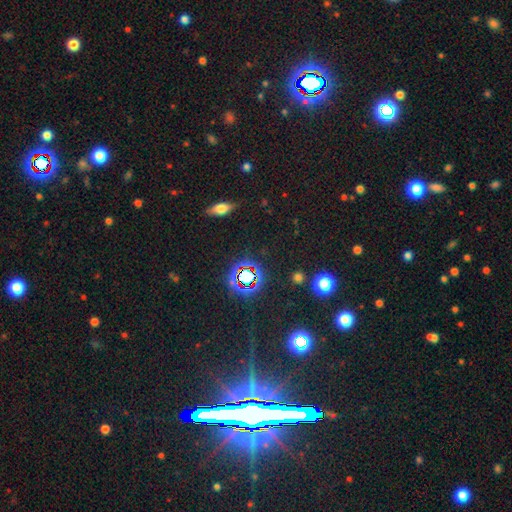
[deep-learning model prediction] smooth_or_featured: star or artifact (p=0.72) [alt: featured or disk p=0.14]